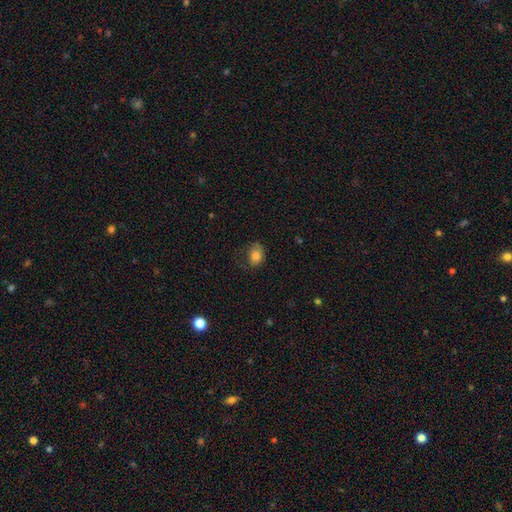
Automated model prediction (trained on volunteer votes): smooth_or_featured: smooth (p=0.82) [alt: star or artifact p=0.10]
how_rounded: in between (p=0.62) [alt: round p=0.37]
merging: none (p=0.60) [alt: minor disturbance p=0.28]